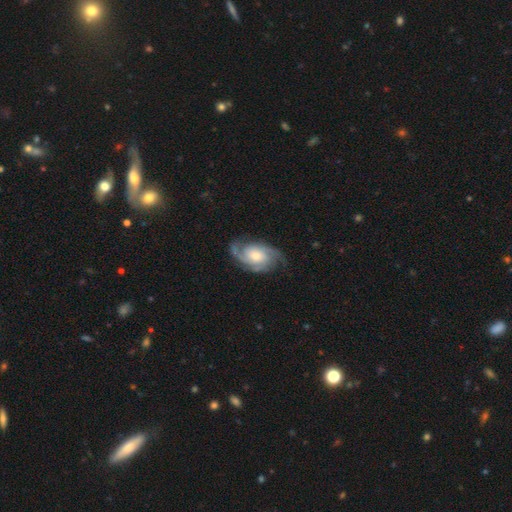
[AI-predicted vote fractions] This appears to be a featured or disk galaxy (88%) with no bar (68%), 2 (45%) tight (47%) spiral arms (97%) and a moderate central bulge (59%). Merging: none (75%).